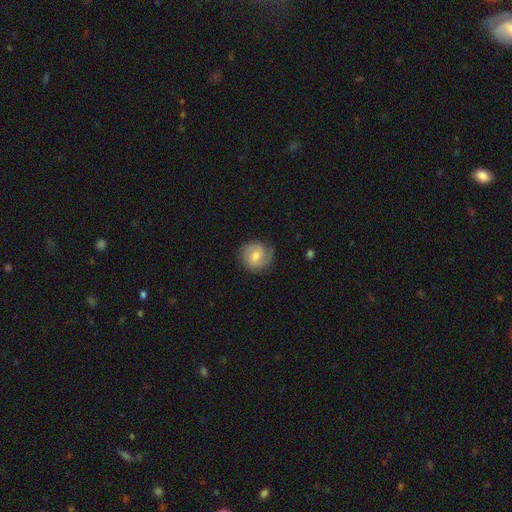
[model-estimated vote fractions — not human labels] The model was most divided on "smooth or featured": smooth: 51%, featured or disk: 42%, star or artifact: 8%. More confident: how rounded — round (88%); merging — none (75%).